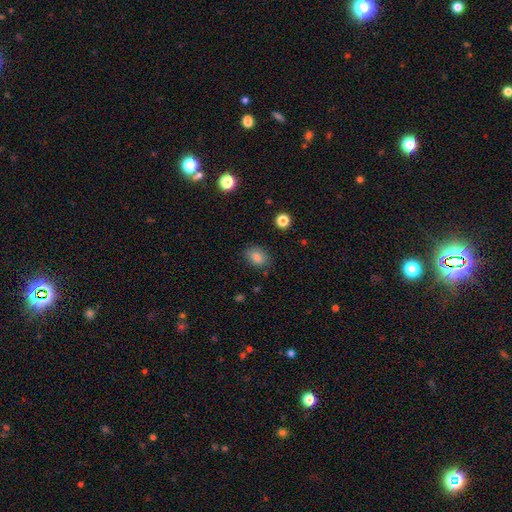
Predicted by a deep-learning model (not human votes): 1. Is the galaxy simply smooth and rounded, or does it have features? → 81% smooth, 12% star or artifact, 7% featured or disk.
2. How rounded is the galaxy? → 69% in between, 29% round, 1% cigar-shaped.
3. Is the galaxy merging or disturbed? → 84% none, 12% minor disturbance, 3% major disturbance, 2% merger.